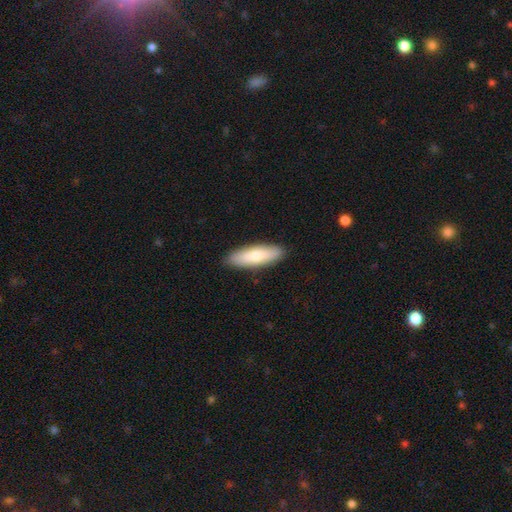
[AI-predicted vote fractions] A smooth galaxy with no disk features (73%) that is in between round and cigar-shaped (54%). Merging: none (89%).